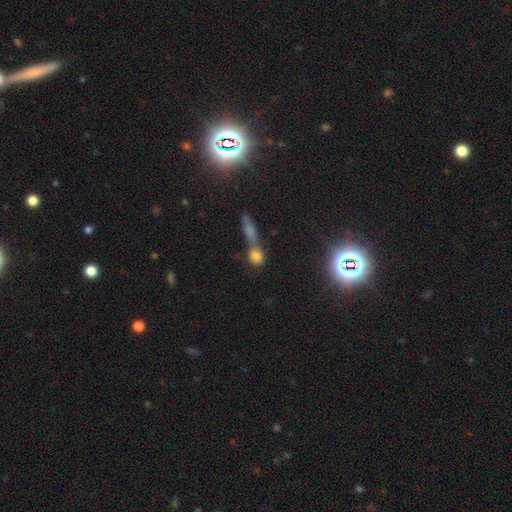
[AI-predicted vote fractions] A smooth galaxy with no disk features (73%) that is round (62%). Merging: merger (50%).